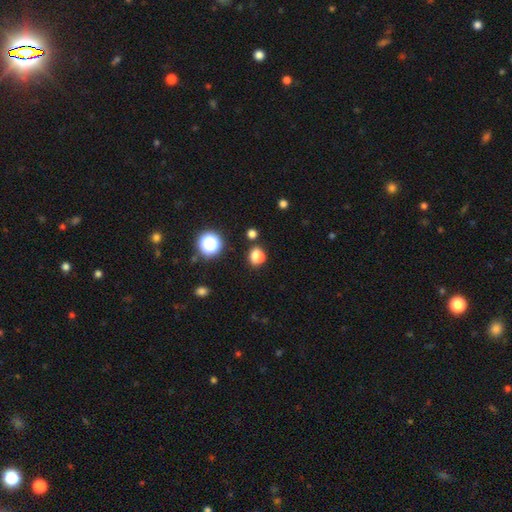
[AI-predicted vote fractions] Smooth or featured? smooth (76%)
How rounded? round (55%)
Merging? none (60%)